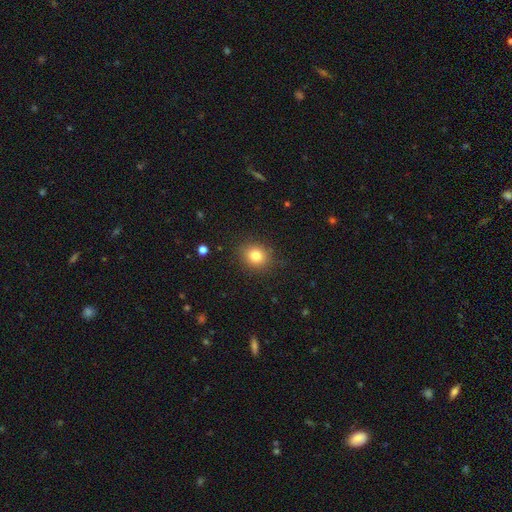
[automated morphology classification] Overall: smooth (82%). How rounded: round (71%). Merging: none (86%).